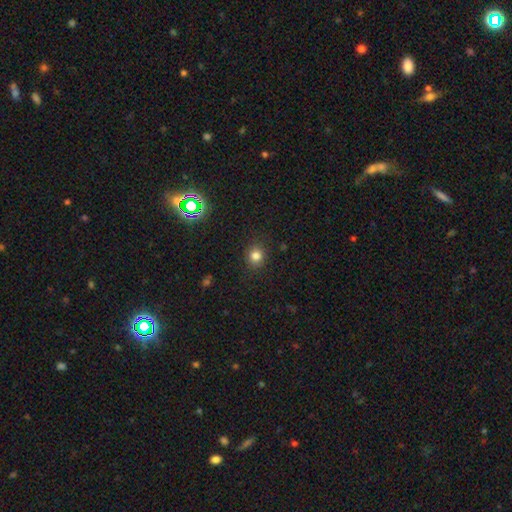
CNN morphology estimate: smooth 80%, star or artifact 15%, featured or disk 5%. Down the decision tree: how rounded — round (84%); merging — none (88%).